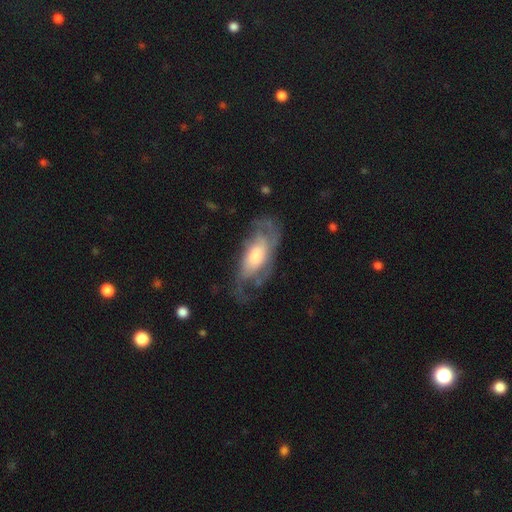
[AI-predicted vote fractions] This appears to be a featured or disk galaxy (74%) with no bar (67%), medium (42%) spiral arms (86%) and a moderate central bulge (39%). Merging: none (57%).